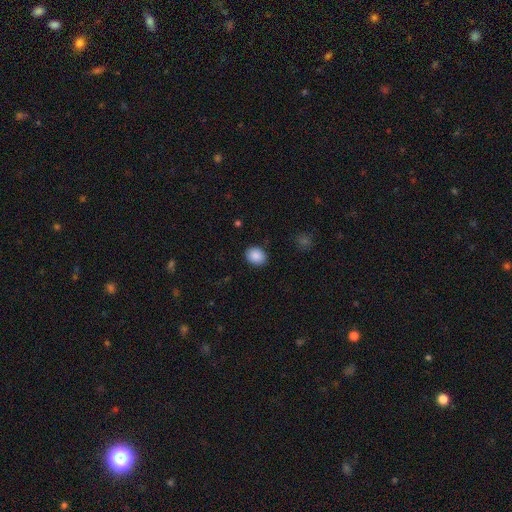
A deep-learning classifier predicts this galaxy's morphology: Smooth or featured: smooth — 89% (star or artifact — 8%)
How rounded: round — 56% (in between — 44%)
Merging: none — 89% (minor disturbance — 8%)